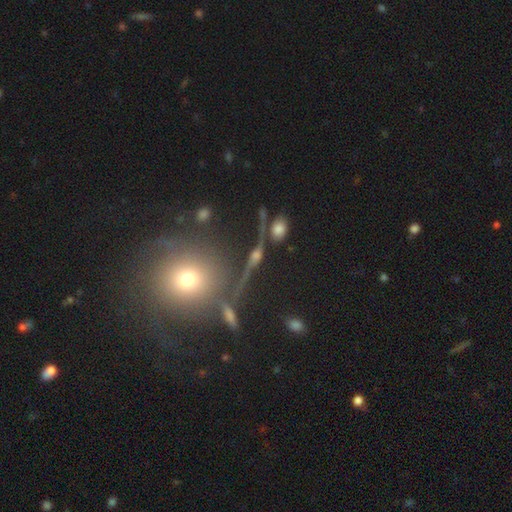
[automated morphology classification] smooth-or-featured: featured or disk: 64% | smooth: 19% | star or artifact: 17%
  disk-edge-on: yes: 81% | no: 19%
    edge-on-bulge: rounded: 85% | boxy: 9% | none: 6%
  merging: none: 67% | minor disturbance: 14% | merger: 10% | major disturbance: 9%